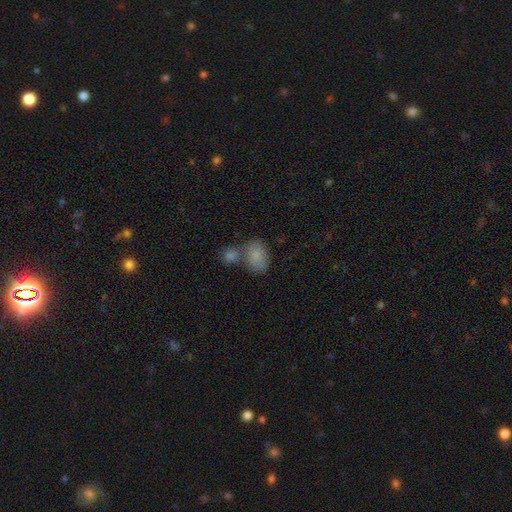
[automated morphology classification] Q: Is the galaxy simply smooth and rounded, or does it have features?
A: smooth — 81%.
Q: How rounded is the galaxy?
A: in between — 75%.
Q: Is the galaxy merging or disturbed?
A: merger — 44%.